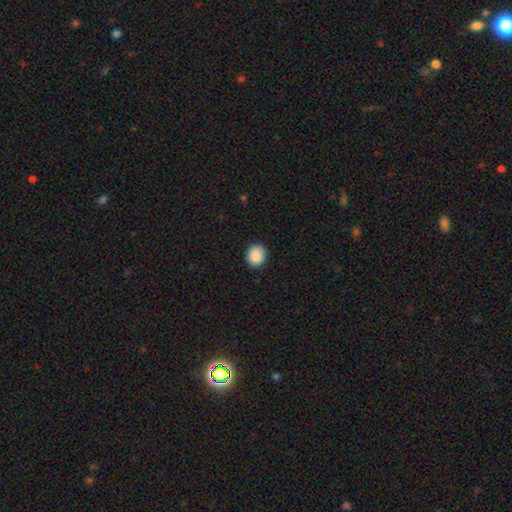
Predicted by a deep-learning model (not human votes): This is clearly a smooth galaxy (90%). How rounded: clearly round (80%). Merging: clearly none (91%).